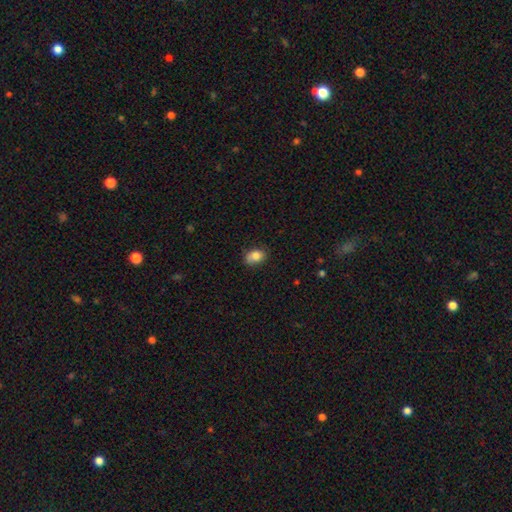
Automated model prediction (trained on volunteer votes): smooth-or-featured: smooth: 83% | star or artifact: 9% | featured or disk: 8%
  how-rounded: in between: 77% | round: 22% | cigar-shaped: 1%
  merging: none: 74% | minor disturbance: 21% | major disturbance: 3% | merger: 2%